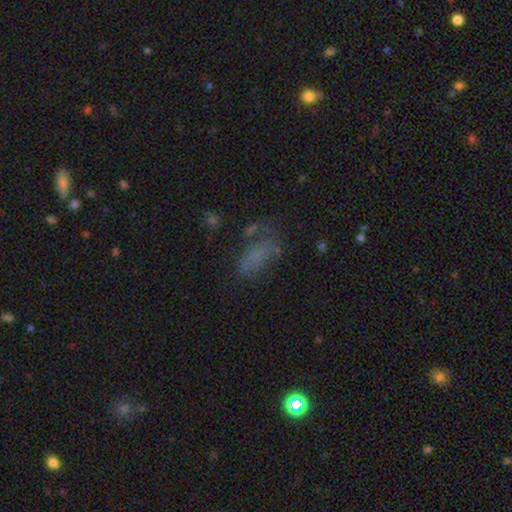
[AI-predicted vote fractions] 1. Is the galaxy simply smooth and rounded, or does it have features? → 58% smooth, 21% star or artifact, 21% featured or disk.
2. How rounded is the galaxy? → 80% in between, 14% cigar-shaped, 6% round.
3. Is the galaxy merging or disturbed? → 43% none, 27% major disturbance, 23% minor disturbance, 7% merger.